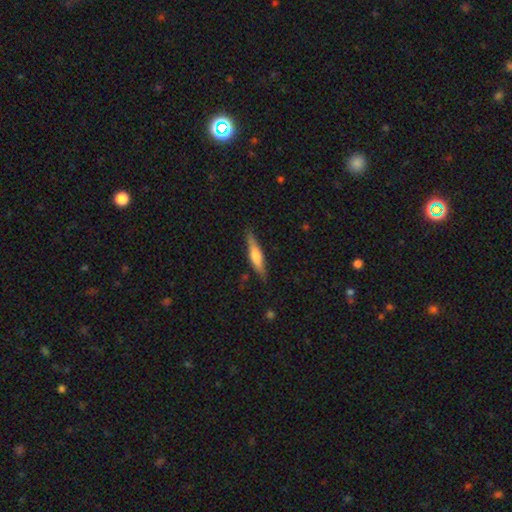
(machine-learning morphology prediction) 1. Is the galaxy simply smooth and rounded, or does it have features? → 51% smooth, 43% featured or disk, 6% star or artifact.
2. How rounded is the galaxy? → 82% cigar-shaped, 16% in between, 2% round.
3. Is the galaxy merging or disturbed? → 85% none, 11% minor disturbance, 2% major disturbance, 1% merger.